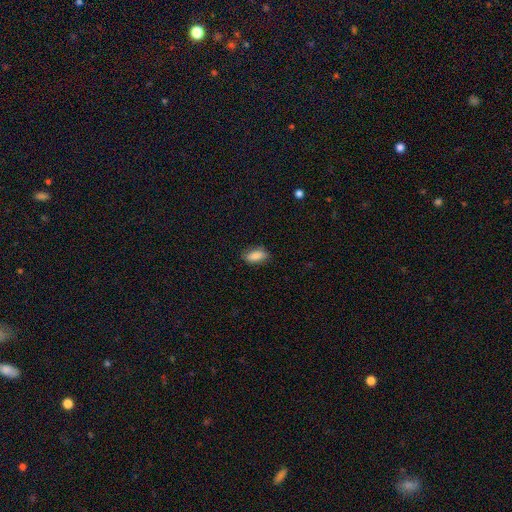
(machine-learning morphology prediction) smooth_or_featured: smooth (p=0.87) [alt: star or artifact p=0.07]
how_rounded: in between (p=0.88) [alt: cigar-shaped p=0.08]
merging: none (p=0.83) [alt: minor disturbance p=0.13]